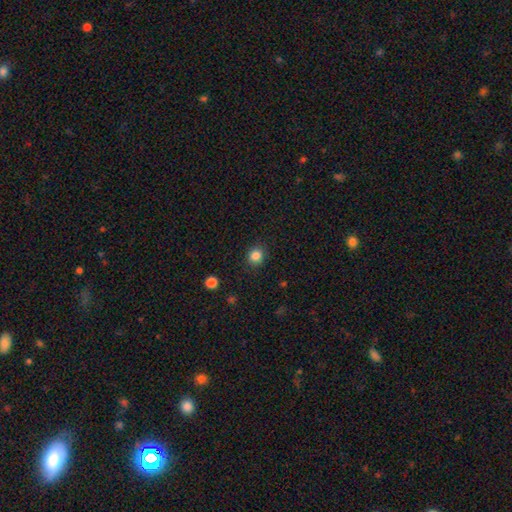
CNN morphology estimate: Smooth or featured? smooth (84%)
How rounded? round (82%)
Merging? none (89%)